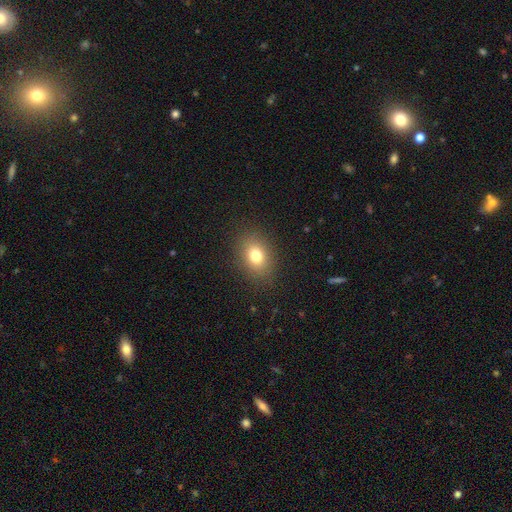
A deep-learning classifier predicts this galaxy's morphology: smooth_or_featured: smooth (p=0.76) [alt: star or artifact p=0.13]
how_rounded: in between (p=0.64) [alt: round p=0.34]
merging: none (p=0.87) [alt: minor disturbance p=0.08]